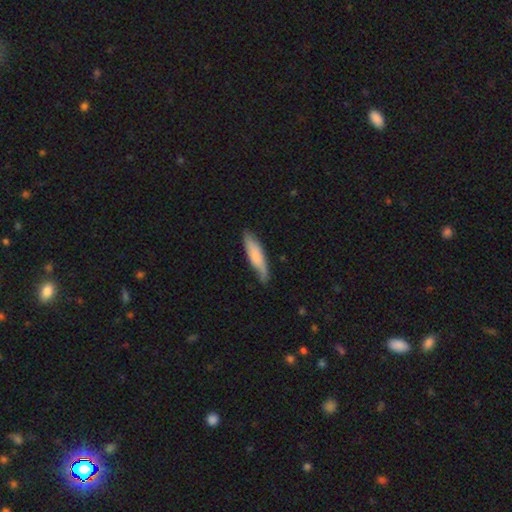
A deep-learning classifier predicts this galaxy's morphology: smooth-or-featured: smooth: 71% | featured or disk: 24% | star or artifact: 5%
  how-rounded: cigar-shaped: 73% | in between: 26% | round: 1%
  merging: none: 71% | minor disturbance: 23% | major disturbance: 4% | merger: 2%